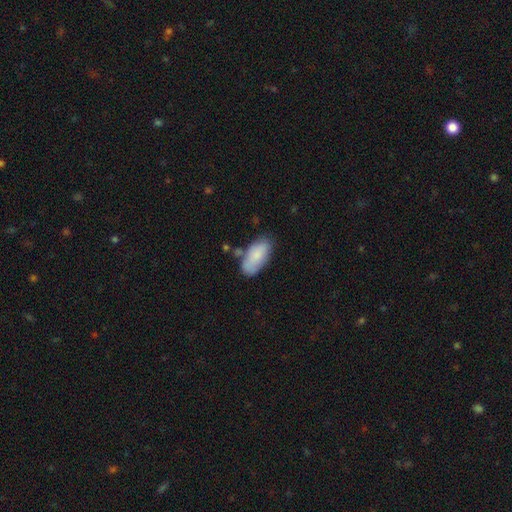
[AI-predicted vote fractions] The model was most divided on "merging": none: 58%, minor disturbance: 25%, merger: 11%, major disturbance: 7%. More confident: how rounded — in between (92%); smooth or featured — smooth (80%).